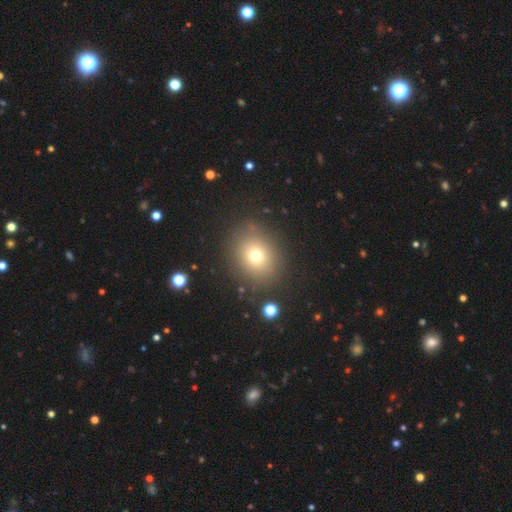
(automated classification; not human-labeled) The model was most divided on "how rounded": round: 69%, in between: 30%, cigar-shaped: 1%. More confident: merging — none (84%); smooth or featured — smooth (71%).